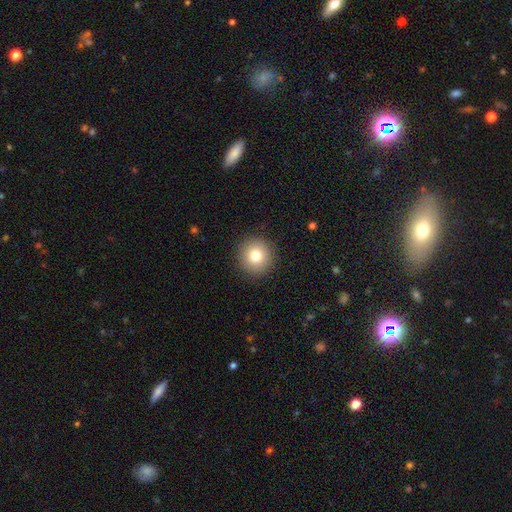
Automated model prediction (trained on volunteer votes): This appears to be a smooth galaxy with no disk features (80%) that is round (94%). Merging: none (91%).